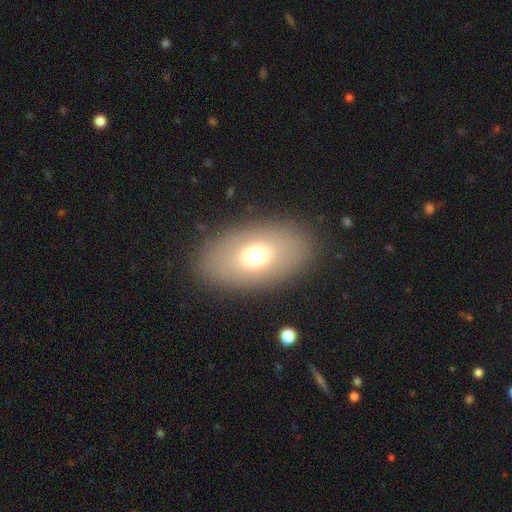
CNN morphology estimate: The model was most divided on "smooth or featured": smooth: 67%, featured or disk: 23%, star or artifact: 10%. More confident: how rounded — in between (88%); merging — none (87%).